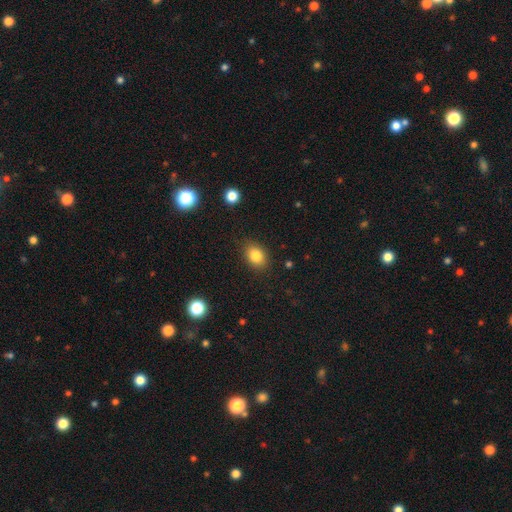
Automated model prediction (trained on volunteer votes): Smooth or featured?
  - smooth: 83% *
  - star or artifact: 10%
  - featured or disk: 7%
How rounded?
  - in between: 68% *
  - round: 31%
  - cigar-shaped: 1%
Merging?
  - none: 86% *
  - minor disturbance: 10%
  - major disturbance: 3%
  - merger: 1%